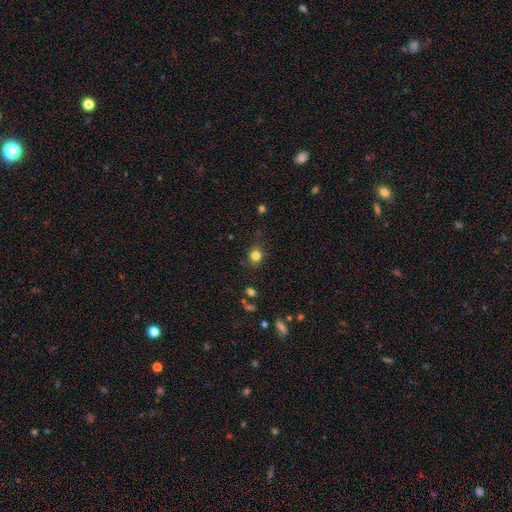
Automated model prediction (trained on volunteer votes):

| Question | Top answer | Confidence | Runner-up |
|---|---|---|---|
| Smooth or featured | smooth | 81% | star or artifact (13%) |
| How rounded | round | 75% | in between (24%) |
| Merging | none | 84% | minor disturbance (11%) |